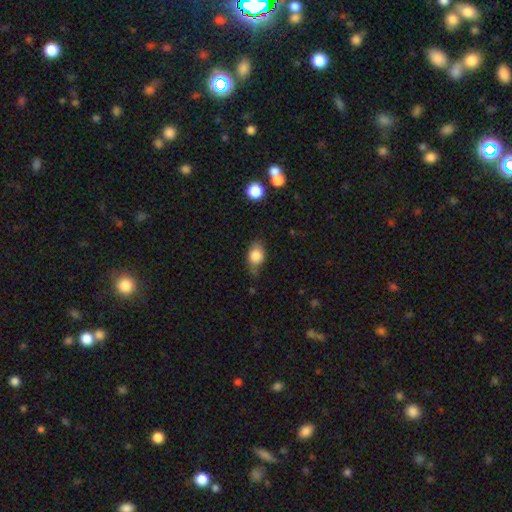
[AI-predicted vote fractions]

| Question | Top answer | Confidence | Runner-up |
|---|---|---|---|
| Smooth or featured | smooth | 77% | featured or disk (15%) |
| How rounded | in between | 68% | round (29%) |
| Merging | none | 57% | minor disturbance (31%) |